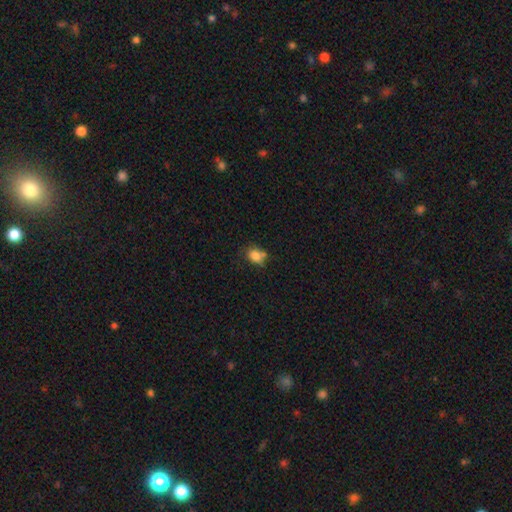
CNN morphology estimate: Smooth or featured?
  - smooth: 80% *
  - star or artifact: 11%
  - featured or disk: 10%
How rounded?
  - in between: 56% *
  - round: 43%
  - cigar-shaped: 1%
Merging?
  - none: 51% *
  - minor disturbance: 27%
  - merger: 13%
  - major disturbance: 9%